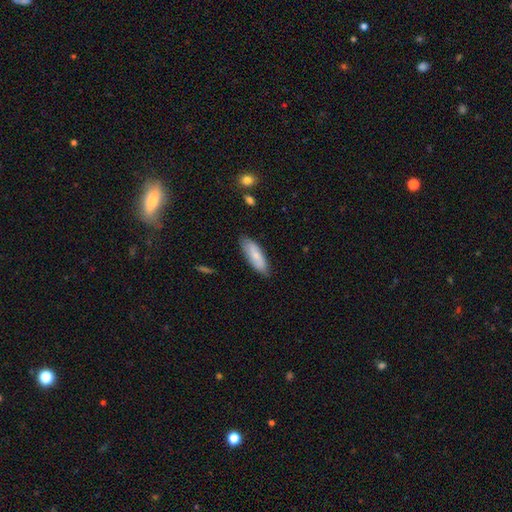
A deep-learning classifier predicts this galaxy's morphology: Overall: smooth (75%). How rounded: in between (61%; cigar-shaped 37%). Merging: none (81%).